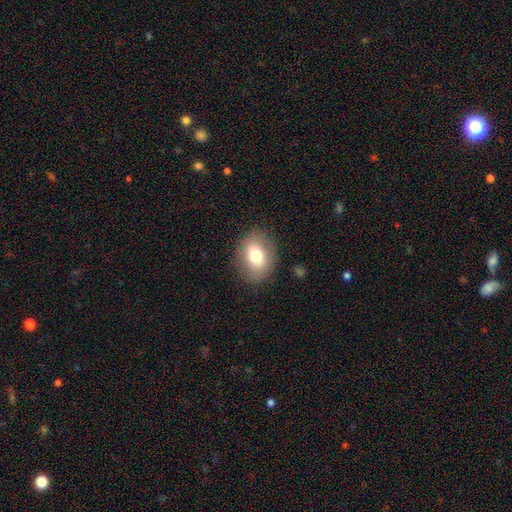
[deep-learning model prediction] Morphology: type=smooth (74%); roundness=in between (66%); merging=none (85%).